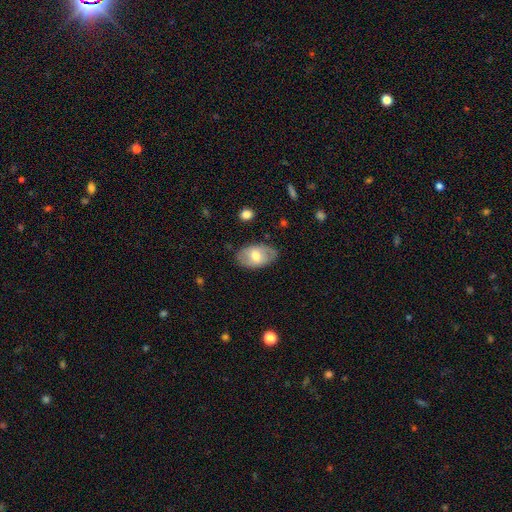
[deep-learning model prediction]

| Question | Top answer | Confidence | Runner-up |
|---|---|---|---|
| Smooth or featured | smooth | 57% | featured or disk (37%) |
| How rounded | in between | 90% | round (9%) |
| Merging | none | 79% | minor disturbance (16%) |